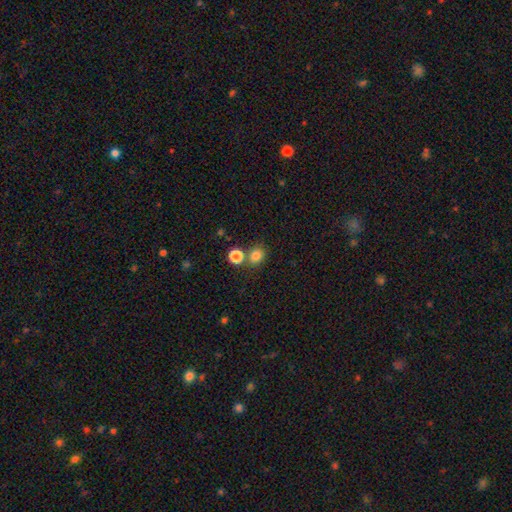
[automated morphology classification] Smooth or featured? smooth (82%)
How rounded? round (64%)
Merging? none (65%)